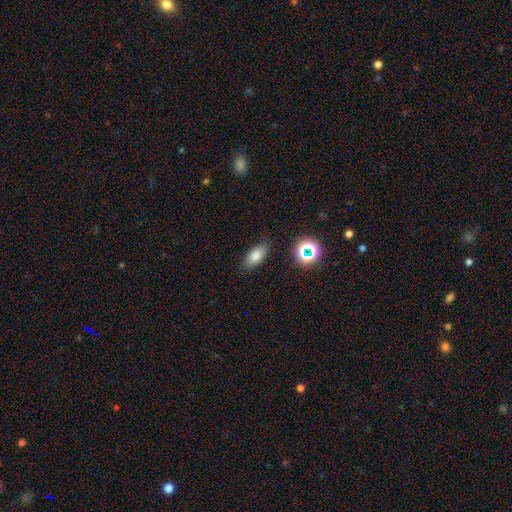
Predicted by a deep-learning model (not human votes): Overall: smooth (76%). How rounded: in between (84%). Merging: none (84%).